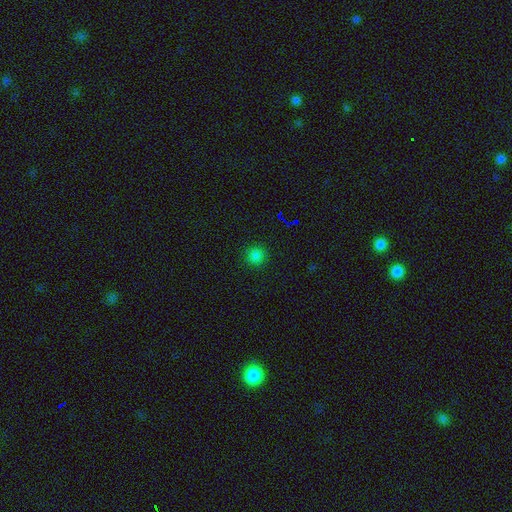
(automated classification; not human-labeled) A smooth galaxy with no disk features (79%) that is round (93%).

Vote fractions:
- Smooth or featured? smooth: 79% / star or artifact: 17% / featured or disk: 3%
- How rounded? round: 93% / in between: 6% / cigar-shaped: 1%
- Merging? none: 90% / minor disturbance: 6% / major disturbance: 2% / merger: 1%